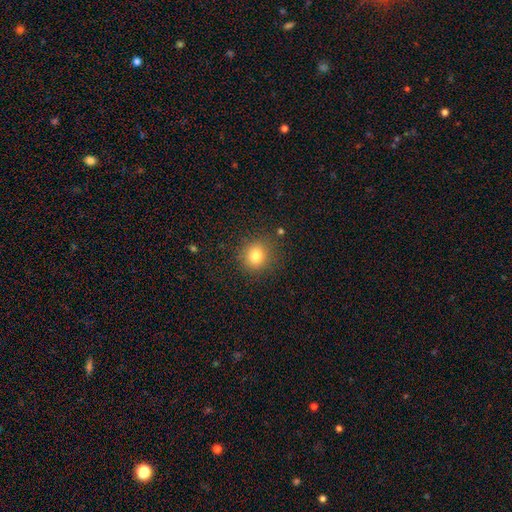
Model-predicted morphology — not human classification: Smooth or featured? smooth (80%)
How rounded? round (79%)
Merging? none (85%)